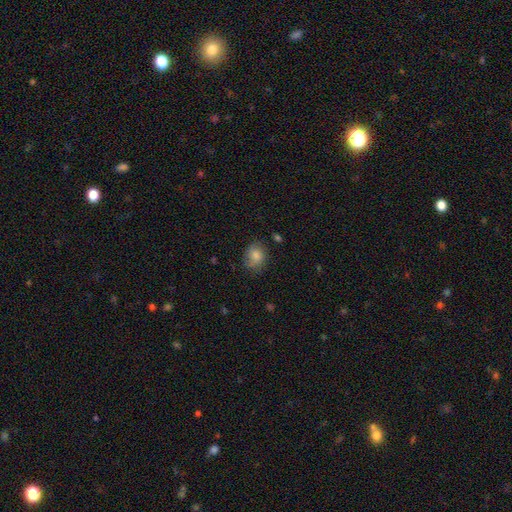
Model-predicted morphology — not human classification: smooth-or-featured: smooth: 78% | featured or disk: 14% | star or artifact: 8%
  how-rounded: round: 56% | in between: 43% | cigar-shaped: 1%
  merging: none: 65% | minor disturbance: 25% | major disturbance: 8% | merger: 2%